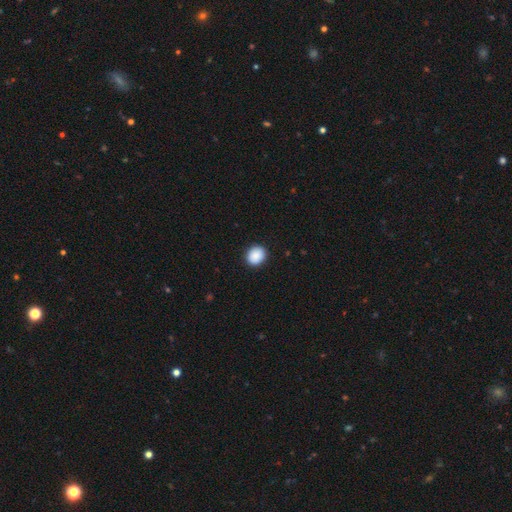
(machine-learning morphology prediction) Smooth or featured: smooth — 89% (star or artifact — 7%)
How rounded: round — 71% (in between — 28%)
Merging: none — 90% (minor disturbance — 7%)